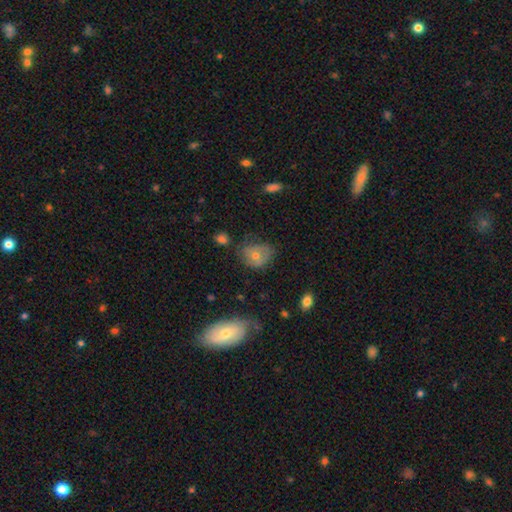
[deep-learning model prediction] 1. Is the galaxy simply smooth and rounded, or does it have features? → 58% smooth, 30% featured or disk, 12% star or artifact.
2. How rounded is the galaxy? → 50% round, 49% in between, 1% cigar-shaped.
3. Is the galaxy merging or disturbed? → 51% none, 31% minor disturbance, 15% major disturbance, 4% merger.